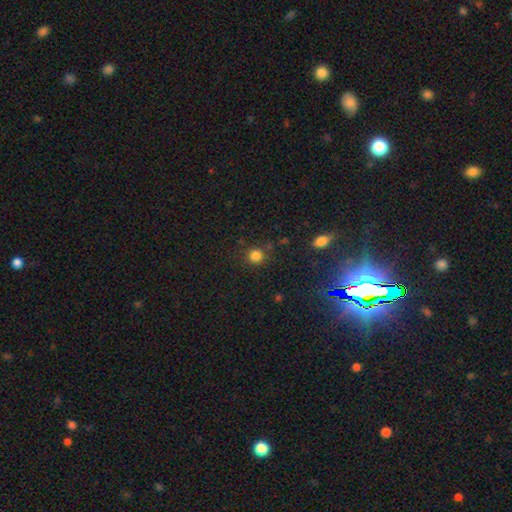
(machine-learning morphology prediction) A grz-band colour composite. It shows a smooth galaxy with no disk features (81%) that is round (91%). Merging: none (81%).